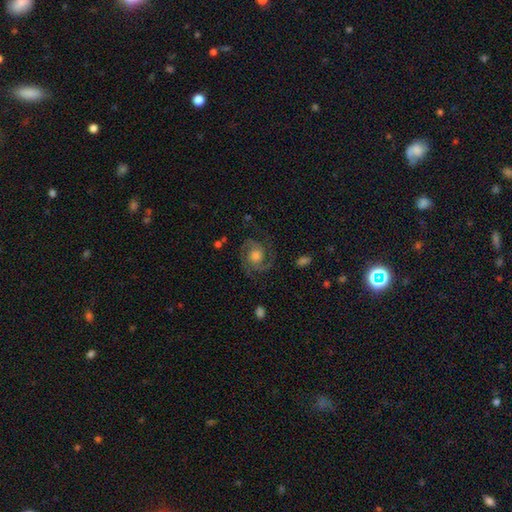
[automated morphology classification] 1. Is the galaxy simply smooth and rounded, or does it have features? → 87% featured or disk, 7% smooth, 6% star or artifact.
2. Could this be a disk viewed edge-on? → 98% no, 2% yes.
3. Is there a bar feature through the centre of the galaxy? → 68% no, 26% weak, 5% strong.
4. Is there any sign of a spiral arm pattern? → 98% yes, 2% no.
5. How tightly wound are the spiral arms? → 48% medium, 43% tight, 9% loose.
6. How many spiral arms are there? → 78% 2, 11% 3, 5% can't tell, 2% 1, 2% 4, 2% more than 4.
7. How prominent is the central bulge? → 54% moderate, 24% large, 15% small, 4% none, 2% dominant.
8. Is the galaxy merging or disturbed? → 78% none, 14% minor disturbance, 7% major disturbance, 1% merger.